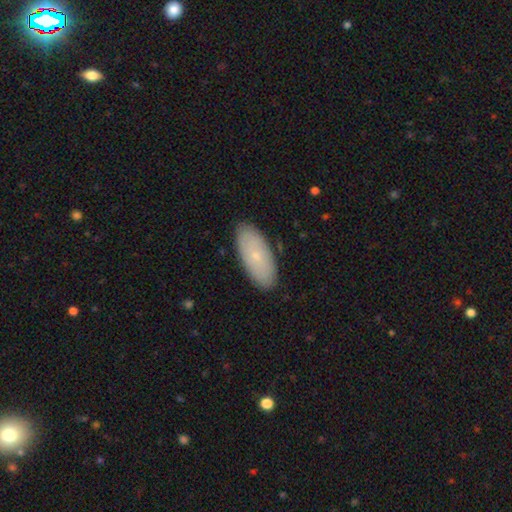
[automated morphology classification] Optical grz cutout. It shows a smooth galaxy with no disk features (69%) that is in between round and cigar-shaped (88%). Merging: none (88%).